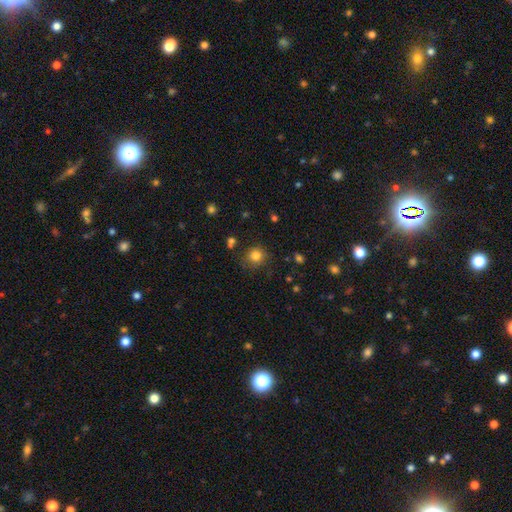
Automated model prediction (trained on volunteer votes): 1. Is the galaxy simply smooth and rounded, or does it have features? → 82% smooth, 13% star or artifact, 6% featured or disk.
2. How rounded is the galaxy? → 88% round, 11% in between, 1% cigar-shaped.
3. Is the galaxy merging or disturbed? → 80% none, 13% minor disturbance, 4% major disturbance, 3% merger.